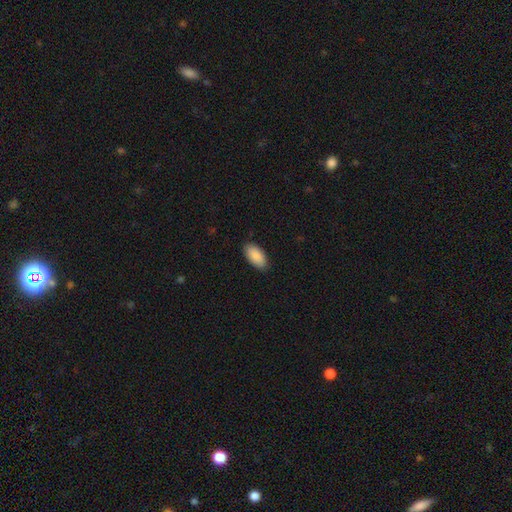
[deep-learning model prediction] Smooth or featured: smooth — 90% (star or artifact — 6%)
How rounded: in between — 95% (cigar-shaped — 3%)
Merging: none — 88% (minor disturbance — 10%)